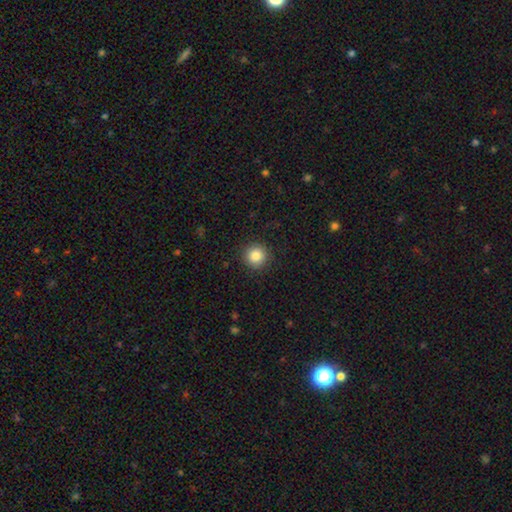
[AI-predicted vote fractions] Overall: smooth (84%). How rounded: round (95%). Merging: none (91%).